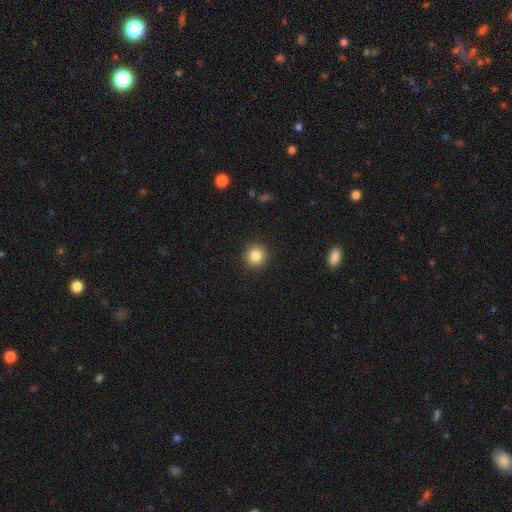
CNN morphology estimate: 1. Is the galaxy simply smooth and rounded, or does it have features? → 85% smooth, 10% star or artifact, 5% featured or disk.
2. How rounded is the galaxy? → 93% round, 6% in between, 1% cigar-shaped.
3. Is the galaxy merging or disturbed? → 92% none, 5% minor disturbance, 2% major disturbance, 1% merger.